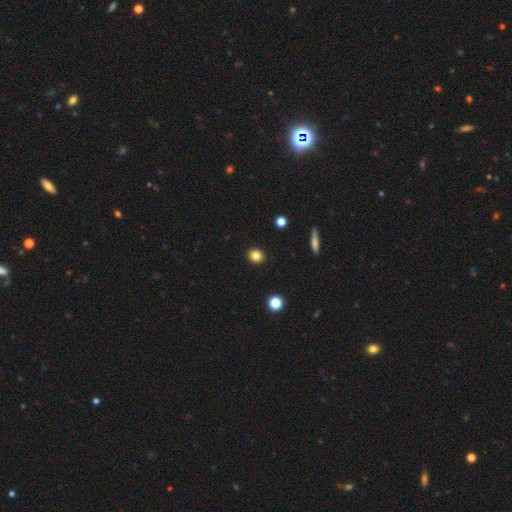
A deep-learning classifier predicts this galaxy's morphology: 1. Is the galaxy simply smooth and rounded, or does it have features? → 83% smooth, 11% star or artifact, 6% featured or disk.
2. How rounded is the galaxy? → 84% round, 15% in between, 1% cigar-shaped.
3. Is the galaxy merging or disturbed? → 92% none, 5% minor disturbance, 2% major disturbance, 1% merger.